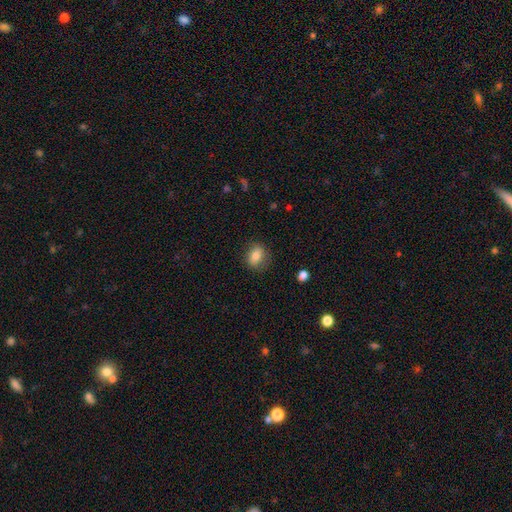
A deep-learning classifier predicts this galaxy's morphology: Overall: smooth (80%). How rounded: in between (61%; round 37%). Merging: none (80%).